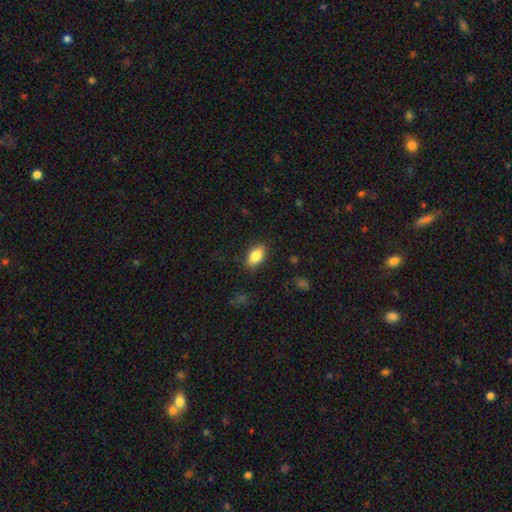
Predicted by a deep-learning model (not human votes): Q: Smooth or featured?
A: smooth (84%); runner-up: featured or disk (8%)
Q: How rounded?
A: in between (90%); runner-up: round (6%)
Q: Merging?
A: none (85%); runner-up: minor disturbance (11%)